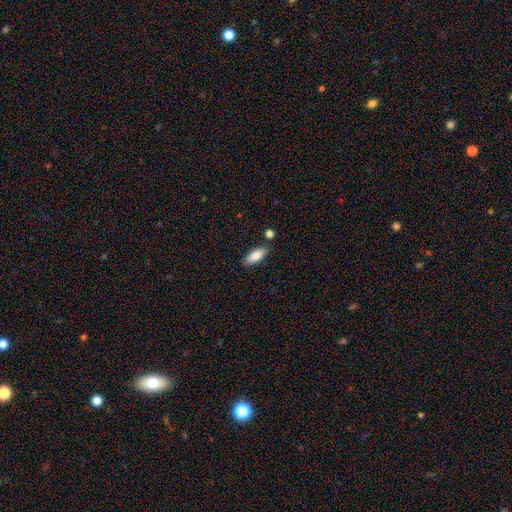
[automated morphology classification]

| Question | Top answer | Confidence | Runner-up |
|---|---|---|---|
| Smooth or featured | smooth | 83% | featured or disk (11%) |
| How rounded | in between | 72% | cigar-shaped (26%) |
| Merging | none | 80% | minor disturbance (12%) |